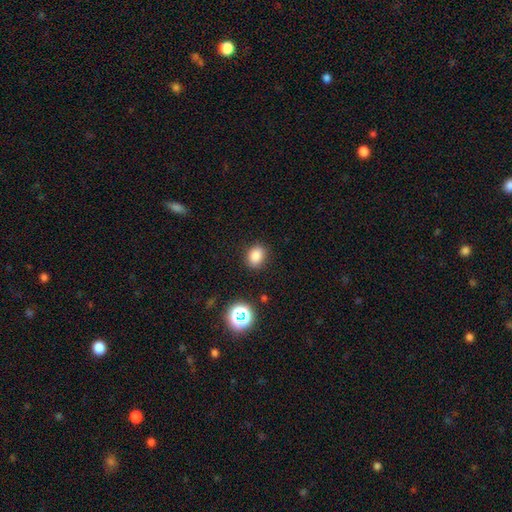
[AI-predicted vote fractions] smooth 82%, star or artifact 13%, featured or disk 5%. Down the decision tree: how rounded — in between (59%); merging — none (86%).